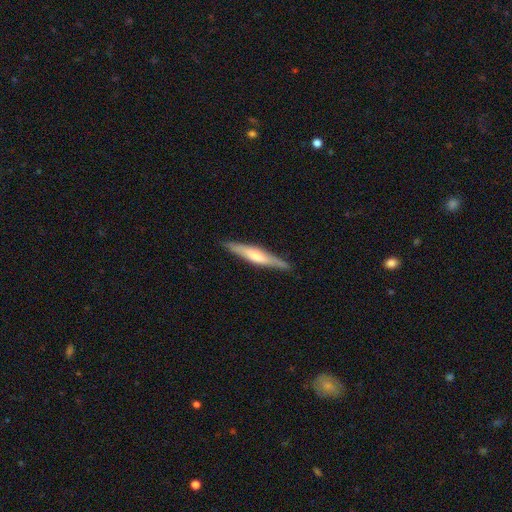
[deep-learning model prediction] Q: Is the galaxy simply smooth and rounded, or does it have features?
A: featured or disk — 50%.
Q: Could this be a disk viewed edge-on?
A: yes — 93%.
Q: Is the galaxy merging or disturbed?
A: none — 86%.